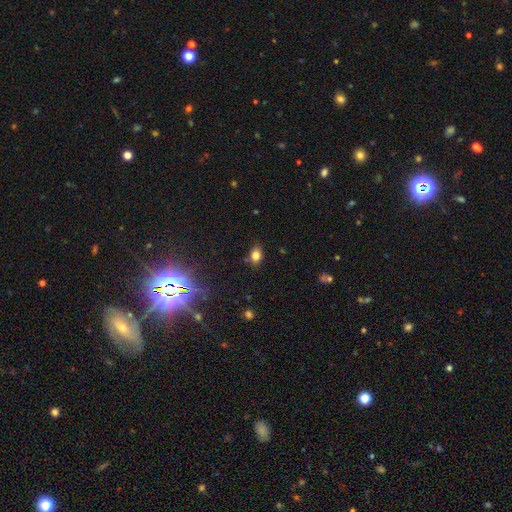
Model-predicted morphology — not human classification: Smooth or featured: smooth — 78% (star or artifact — 14%)
How rounded: in between — 75% (round — 23%)
Merging: none — 80% (minor disturbance — 14%)